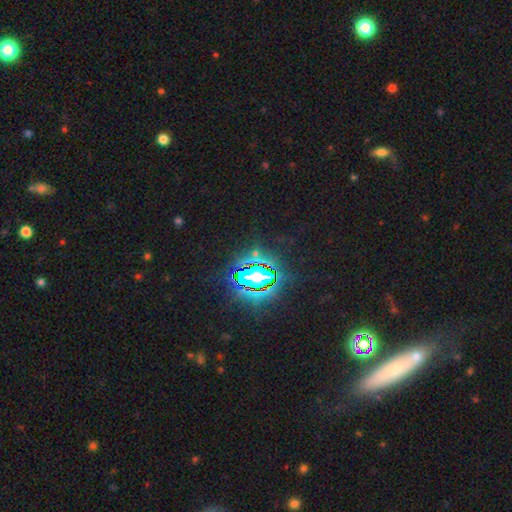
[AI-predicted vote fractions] A star or artifact, not a galaxy (78%).

Vote fractions:
- Smooth or featured? star or artifact: 78% / smooth: 12% / featured or disk: 10%